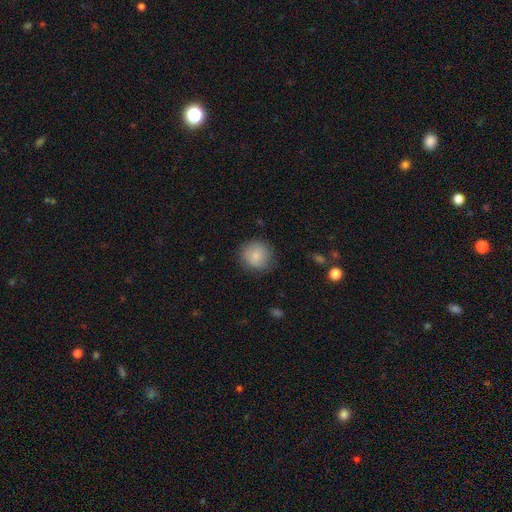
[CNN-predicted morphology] Smooth or featured? smooth (83%)
How rounded? round (91%)
Merging? none (81%)